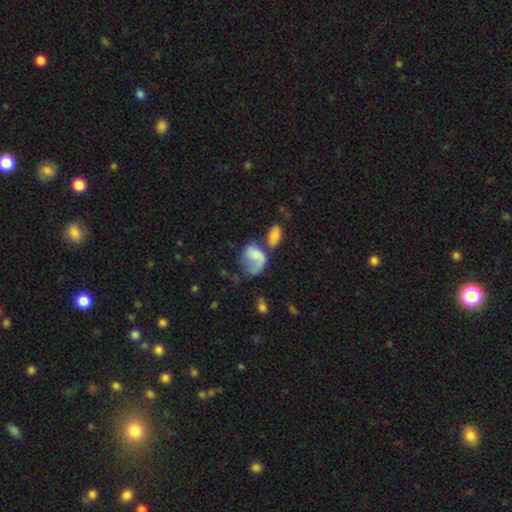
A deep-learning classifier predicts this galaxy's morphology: This is possibly a smooth galaxy (58%). How rounded: likely in between (65%). Merging: marginally major disturbance (32%).